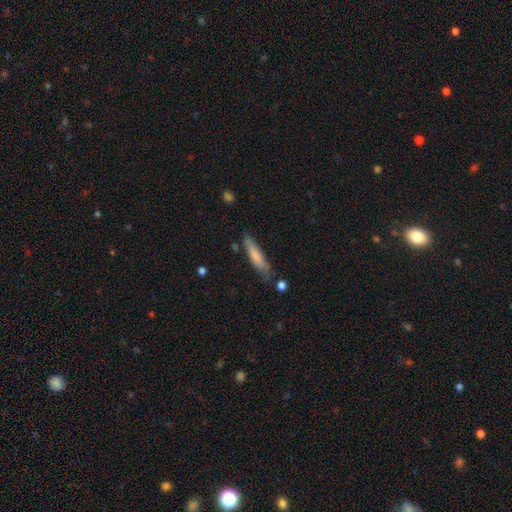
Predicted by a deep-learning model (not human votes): This appears to be a smooth galaxy with no disk features (76%) that is cigar-shaped (83%). Merging: none (72%).